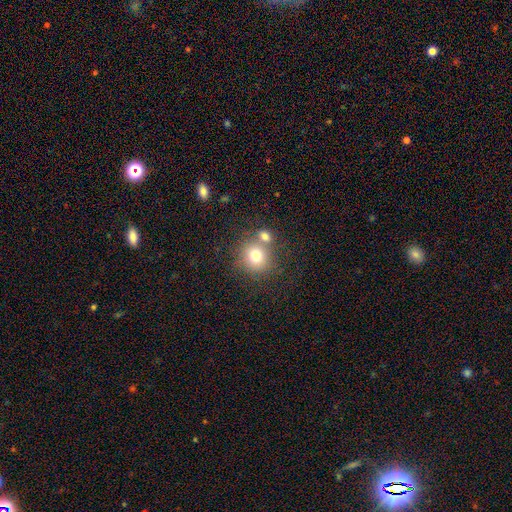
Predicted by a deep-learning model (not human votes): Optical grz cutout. It shows a smooth galaxy with no disk features (76%) that is round (86%). Merging: none (55%).